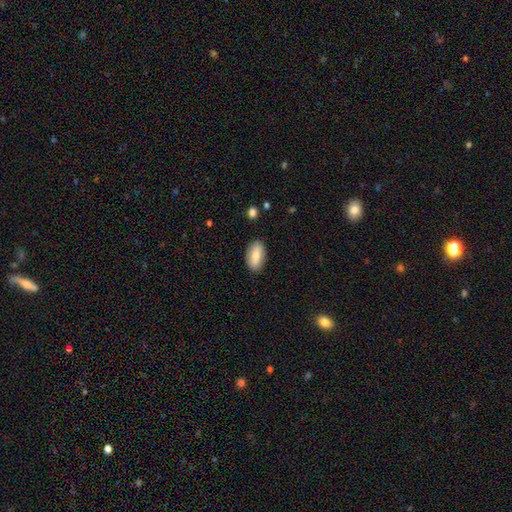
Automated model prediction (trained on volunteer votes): Smooth or featured? smooth (81%)
How rounded? in between (92%)
Merging? none (86%)